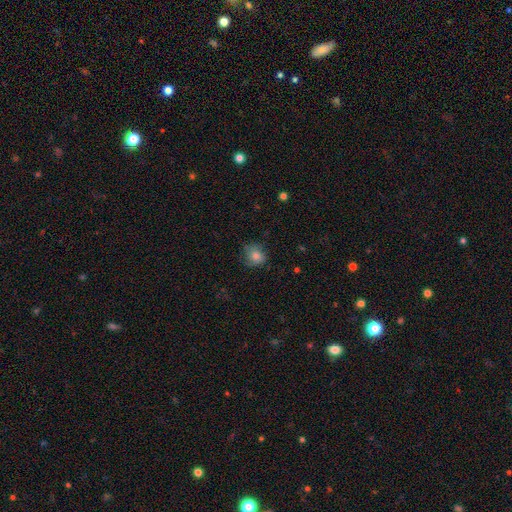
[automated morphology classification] Overall: smooth (79%). How rounded: round (79%). Merging: none (71%).